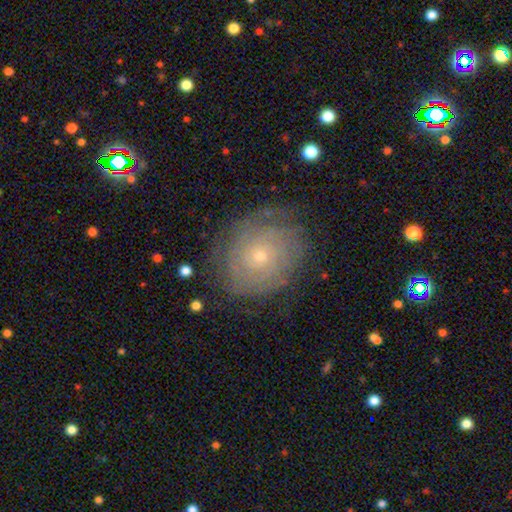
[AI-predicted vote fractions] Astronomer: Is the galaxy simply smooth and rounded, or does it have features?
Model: featured or disk — 65%.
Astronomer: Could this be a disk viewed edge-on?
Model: no — 96%.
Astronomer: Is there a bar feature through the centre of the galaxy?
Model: no — 85%.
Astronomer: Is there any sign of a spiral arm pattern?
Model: yes — 86%.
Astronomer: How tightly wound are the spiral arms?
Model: tight — 79%.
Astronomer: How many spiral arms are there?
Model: can't tell — 55%.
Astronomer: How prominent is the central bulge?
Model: small — 75%.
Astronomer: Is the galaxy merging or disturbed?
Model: none — 80%.